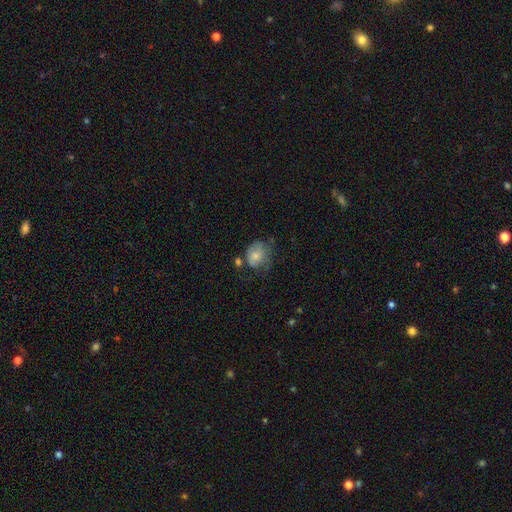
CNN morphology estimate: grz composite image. It shows a smooth galaxy with no disk features (70%) that is round (57%). Merging: none (38%).